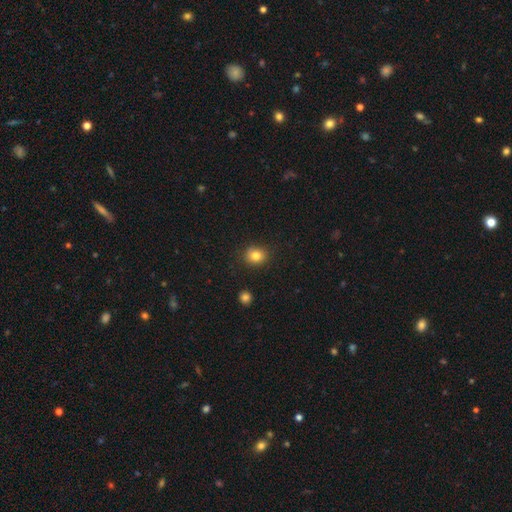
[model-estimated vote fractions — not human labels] Smooth or featured?
  - smooth: 82% *
  - star or artifact: 11%
  - featured or disk: 7%
How rounded?
  - round: 76% *
  - in between: 23%
  - cigar-shaped: 1%
Merging?
  - none: 86% *
  - minor disturbance: 10%
  - major disturbance: 3%
  - merger: 2%